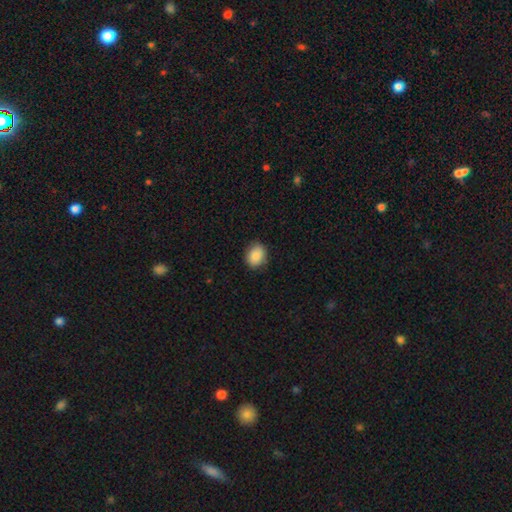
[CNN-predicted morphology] This is clearly a smooth galaxy (88%). How rounded: possibly in between (50%). Merging: clearly none (84%).